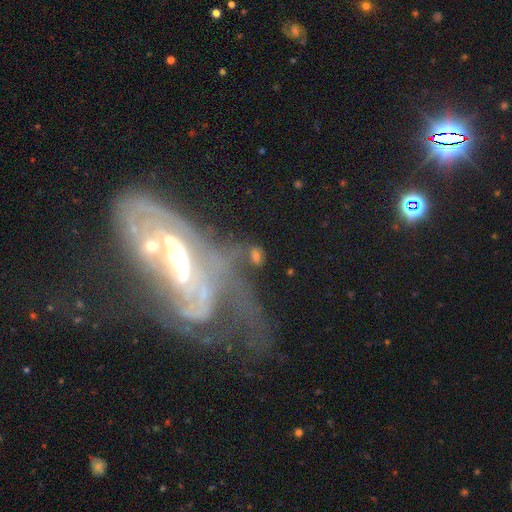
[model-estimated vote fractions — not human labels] smooth_or_featured: featured or disk (p=0.48) [alt: smooth p=0.34]
merging: none (p=0.52) [alt: major disturbance p=0.18]